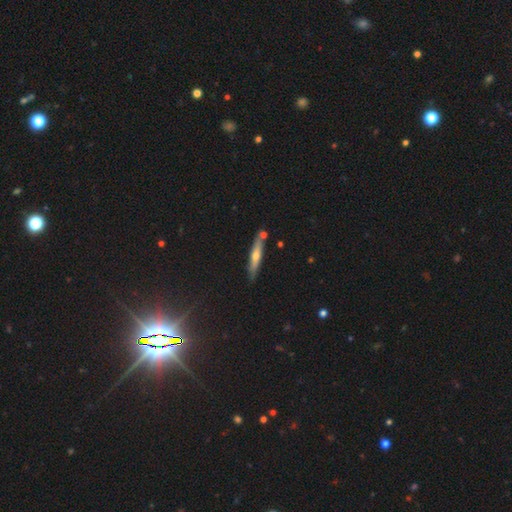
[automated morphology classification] featured or disk 51%, smooth 41%, star or artifact 7%. Down the decision tree: edge-on disk — yes (90%); merging — none (81%).